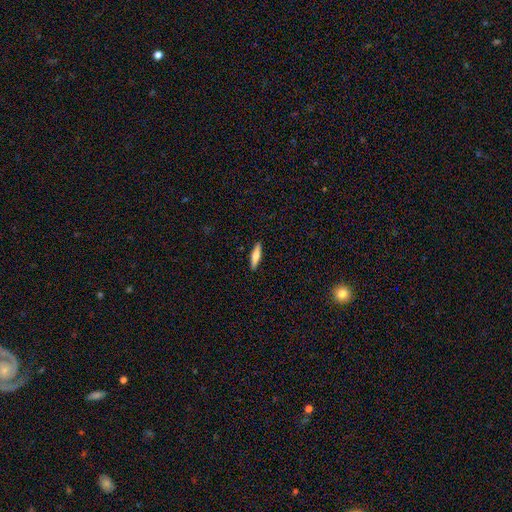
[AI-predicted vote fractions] The model was most divided on "smooth or featured": smooth: 62%, featured or disk: 32%, star or artifact: 6%. More confident: merging — none (91%); how rounded — cigar-shaped (71%).